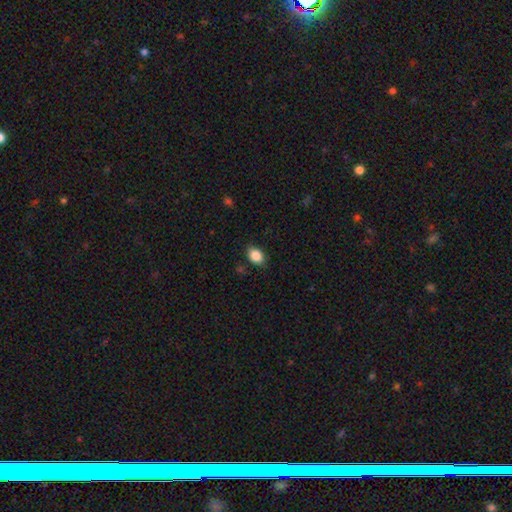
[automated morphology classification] Smooth or featured? smooth (87%)
How rounded? in between (76%)
Merging? none (83%)